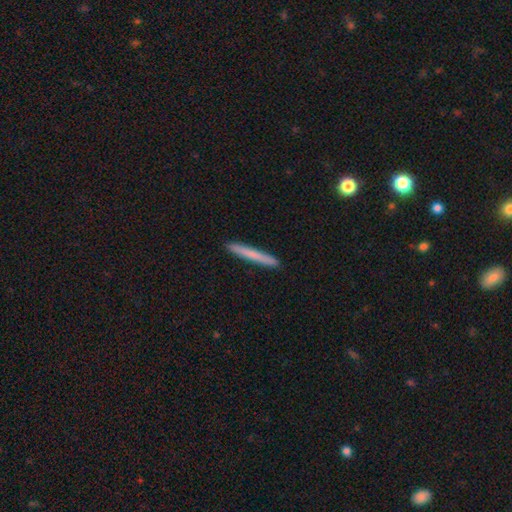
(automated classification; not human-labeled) Smooth or featured? smooth (72%)
How rounded? cigar-shaped (97%)
Merging? none (93%)